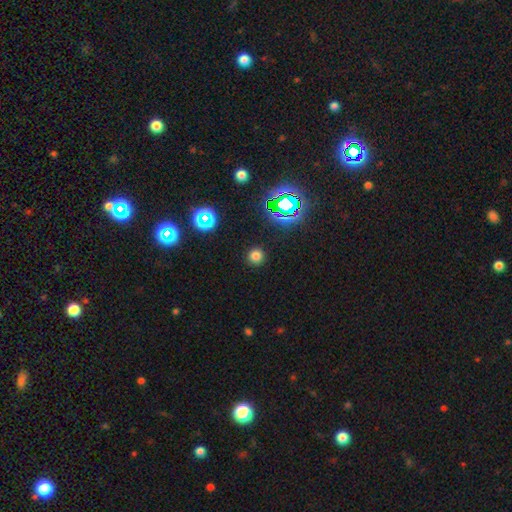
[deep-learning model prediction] Smooth or featured: smooth — 72% (star or artifact — 21%)
How rounded: round — 94% (in between — 5%)
Merging: none — 91% (minor disturbance — 6%)